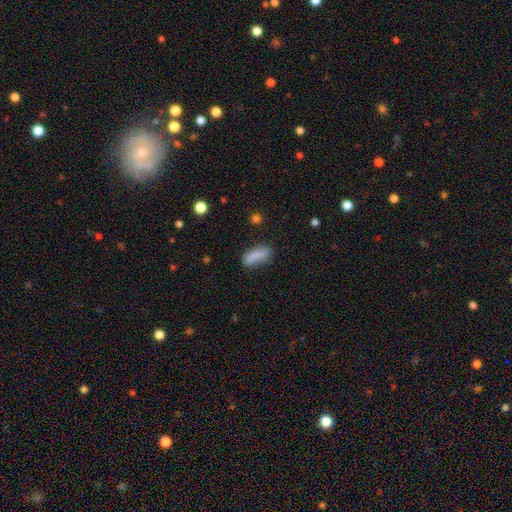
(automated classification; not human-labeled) Smooth or featured? smooth (77%)
How rounded? in between (63%)
Merging? none (60%)